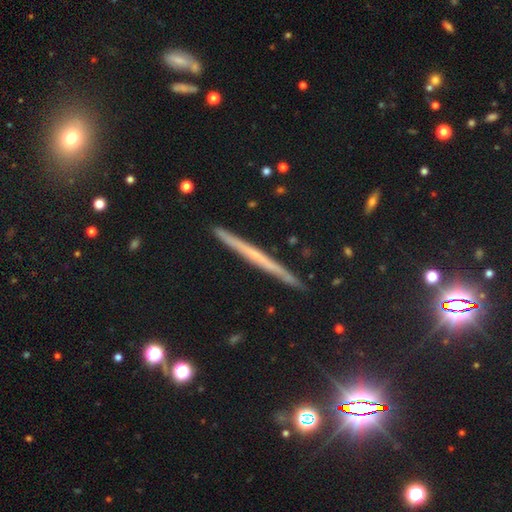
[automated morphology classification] smooth-or-featured: featured or disk: 56% | smooth: 33% | star or artifact: 11%
  disk-edge-on: yes: 97% | no: 3%
    edge-on-bulge: none: 85% | rounded: 11% | boxy: 4%
  merging: none: 91% | minor disturbance: 6% | major disturbance: 1% | merger: 1%